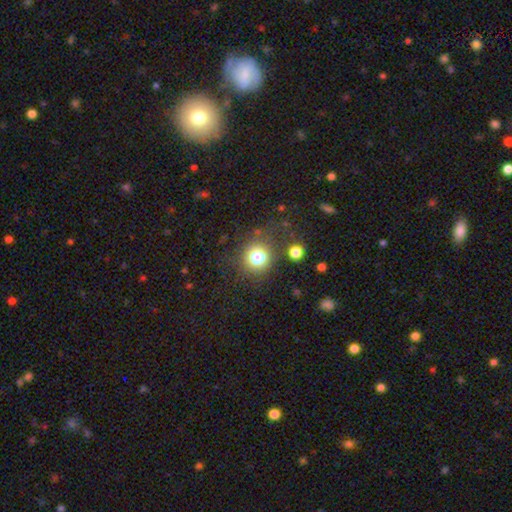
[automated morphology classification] The model was most divided on "smooth or featured": smooth: 75%, star or artifact: 18%, featured or disk: 7%. More confident: how rounded — round (88%); merging — none (80%).